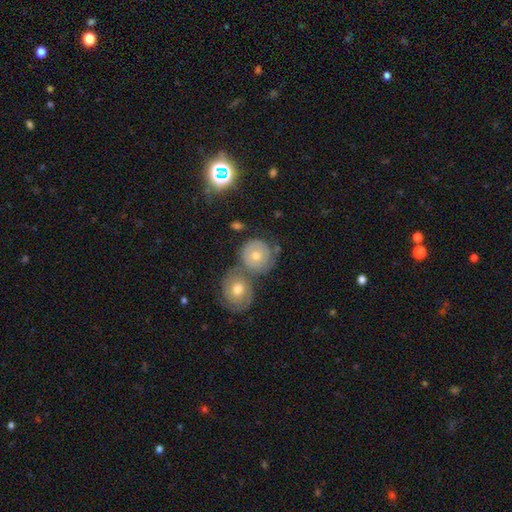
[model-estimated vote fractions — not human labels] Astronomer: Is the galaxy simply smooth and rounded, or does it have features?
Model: featured or disk — 46% (runner-up: smooth, 44%).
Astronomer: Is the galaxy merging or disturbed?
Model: none — 54%.